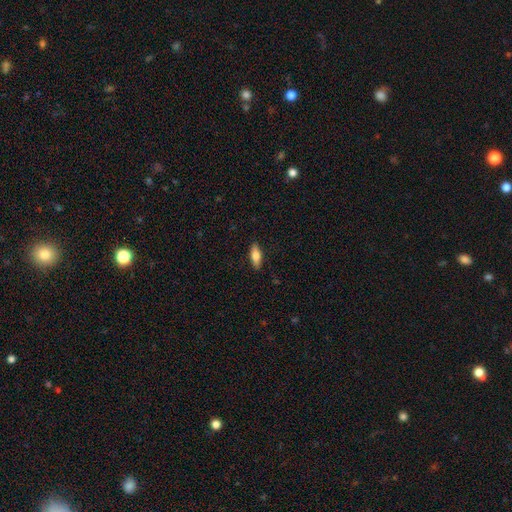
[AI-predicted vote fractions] smooth-or-featured: smooth: 73% | featured or disk: 21% | star or artifact: 6%
  how-rounded: in between: 65% | cigar-shaped: 33% | round: 2%
  merging: none: 88% | minor disturbance: 9% | major disturbance: 2% | merger: 1%